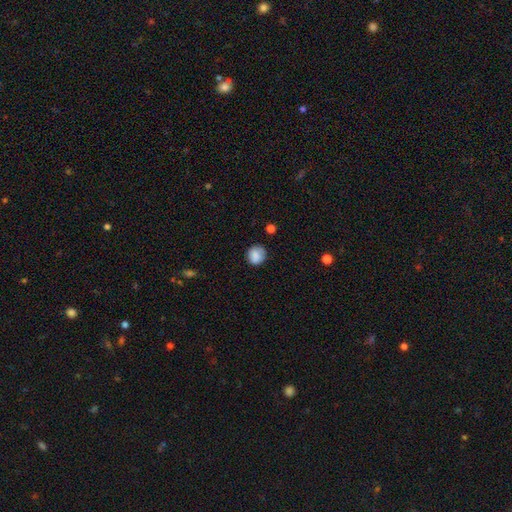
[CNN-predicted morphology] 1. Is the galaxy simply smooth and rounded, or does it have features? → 85% smooth, 9% star or artifact, 6% featured or disk.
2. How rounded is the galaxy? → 82% round, 17% in between, 1% cigar-shaped.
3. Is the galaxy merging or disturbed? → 77% none, 17% minor disturbance, 4% major disturbance, 2% merger.